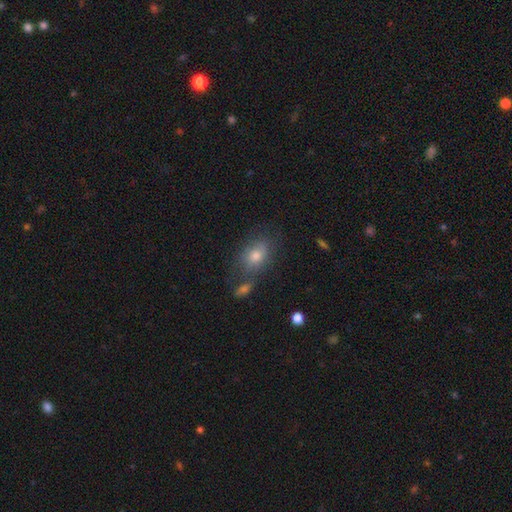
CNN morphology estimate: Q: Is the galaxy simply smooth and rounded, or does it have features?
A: smooth — 69%.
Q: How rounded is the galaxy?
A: in between — 76%.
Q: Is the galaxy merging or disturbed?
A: none — 58%.